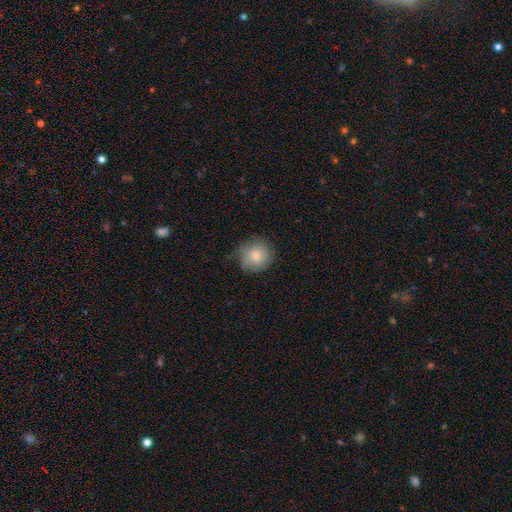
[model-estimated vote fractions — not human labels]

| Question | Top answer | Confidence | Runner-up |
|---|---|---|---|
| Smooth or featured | smooth | 79% | featured or disk (14%) |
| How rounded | round | 88% | in between (11%) |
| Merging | none | 70% | minor disturbance (23%) |